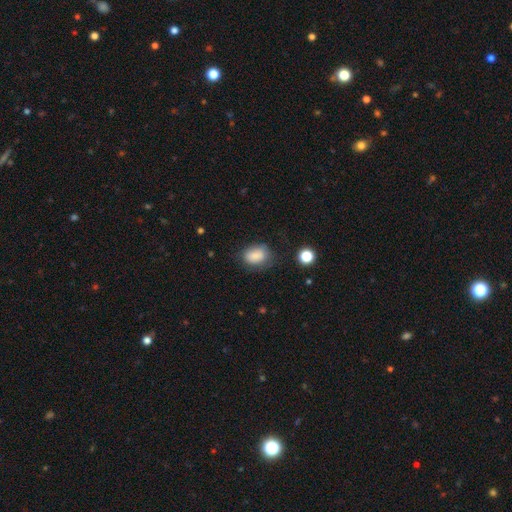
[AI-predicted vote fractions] Q: Smooth or featured?
A: smooth (84%); runner-up: star or artifact (9%)
Q: How rounded?
A: in between (76%); runner-up: round (23%)
Q: Merging?
A: none (65%); runner-up: minor disturbance (24%)